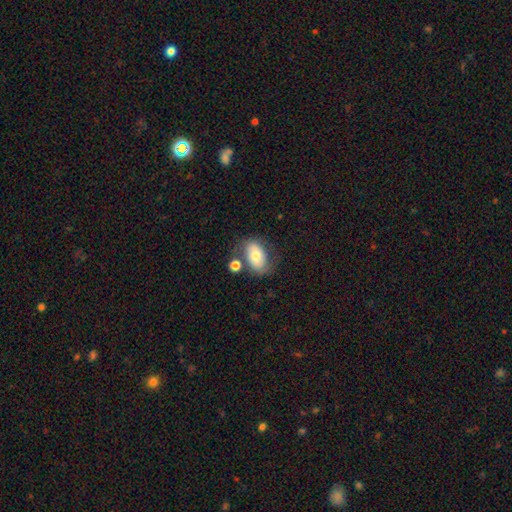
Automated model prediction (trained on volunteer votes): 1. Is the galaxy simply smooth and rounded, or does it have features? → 58% smooth, 33% featured or disk, 8% star or artifact.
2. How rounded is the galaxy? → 88% in between, 11% round, 2% cigar-shaped.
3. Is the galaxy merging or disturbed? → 60% none, 20% minor disturbance, 13% merger, 8% major disturbance.